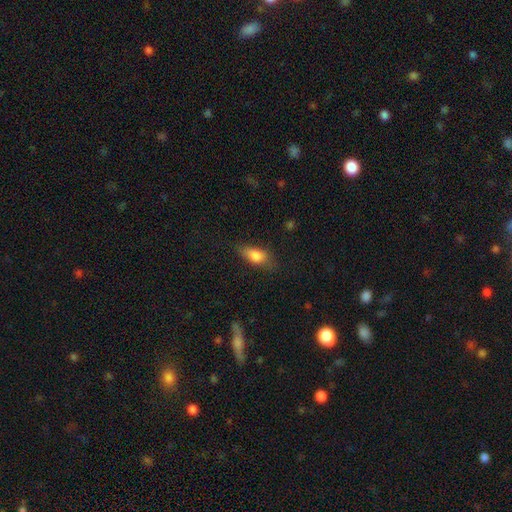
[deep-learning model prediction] smooth_or_featured: smooth (p=0.78) [alt: featured or disk p=0.14]
how_rounded: in between (p=0.78) [alt: cigar-shaped p=0.17]
merging: none (p=0.69) [alt: minor disturbance p=0.22]